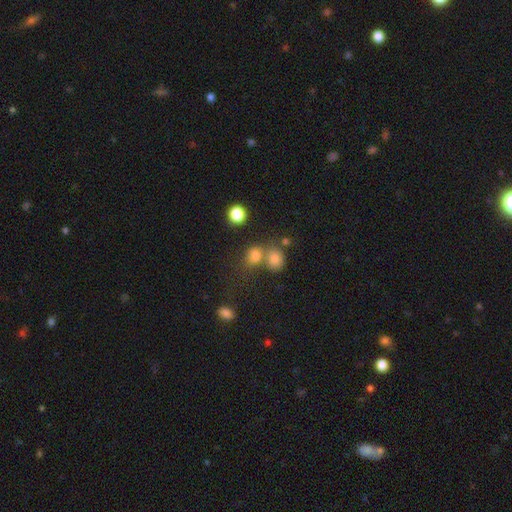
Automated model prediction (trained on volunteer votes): smooth 72%, star or artifact 18%, featured or disk 10%. Down the decision tree: how rounded — round (51%); merging — none (44%).